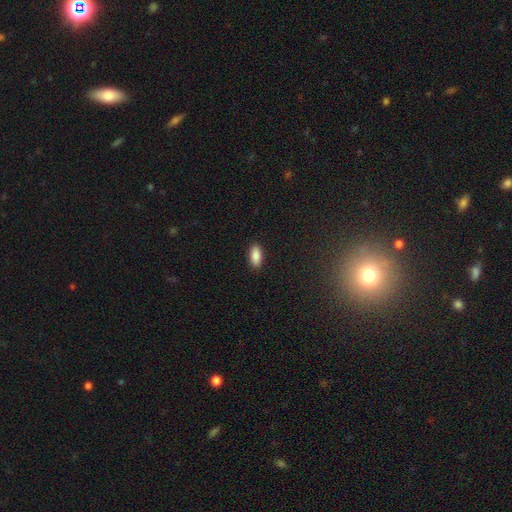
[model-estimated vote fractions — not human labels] Smooth or featured: smooth — 89% (star or artifact — 7%)
How rounded: in between — 89% (cigar-shaped — 9%)
Merging: none — 89% (minor disturbance — 8%)